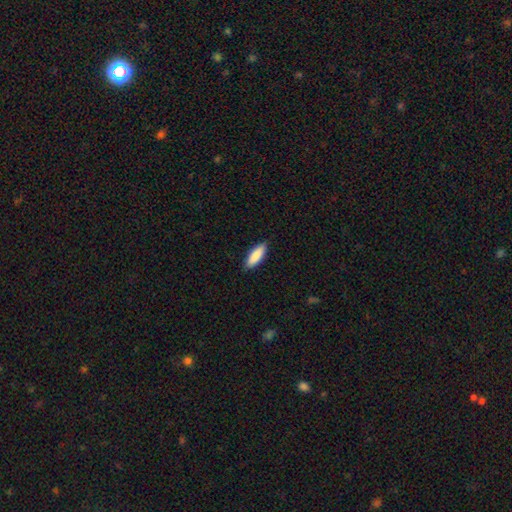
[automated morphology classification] Overall: smooth (87%). How rounded: in between (57%; cigar-shaped 42%). Merging: none (87%).